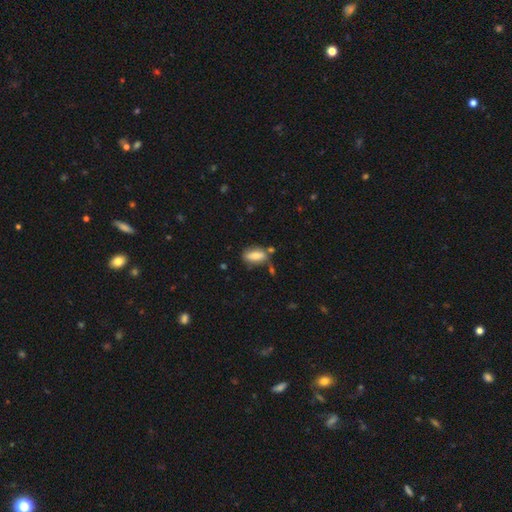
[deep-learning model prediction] smooth-or-featured: smooth: 80% | featured or disk: 13% | star or artifact: 8%
  how-rounded: in between: 85% | cigar-shaped: 11% | round: 4%
  merging: none: 58% | minor disturbance: 23% | merger: 12% | major disturbance: 7%